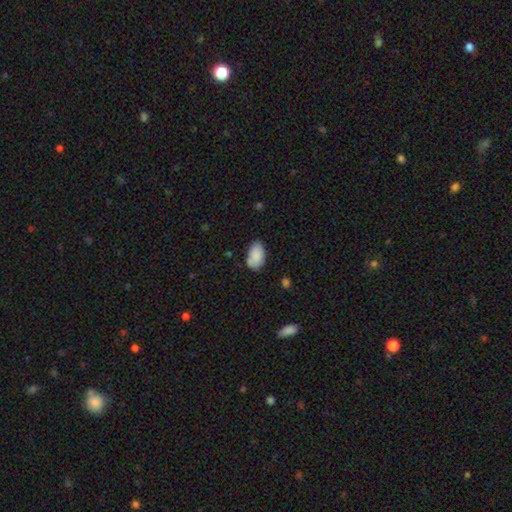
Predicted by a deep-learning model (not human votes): A smooth galaxy with no disk features (87%) that is in between round and cigar-shaped (93%).

Vote fractions:
- Smooth or featured? smooth: 87% / star or artifact: 7% / featured or disk: 6%
- How rounded? in between: 93% / round: 6% / cigar-shaped: 1%
- Merging? none: 72% / minor disturbance: 20% / merger: 4% / major disturbance: 4%